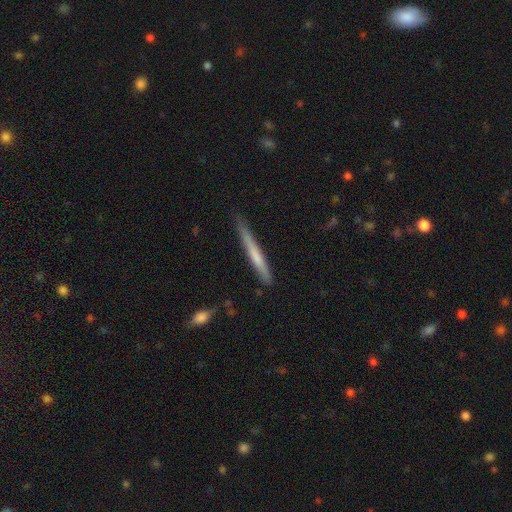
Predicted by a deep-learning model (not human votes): smooth_or_featured: smooth (p=0.58) [alt: featured or disk p=0.37]
how_rounded: cigar-shaped (p=0.97) [alt: in between p=0.02]
merging: none (p=0.77) [alt: minor disturbance p=0.19]